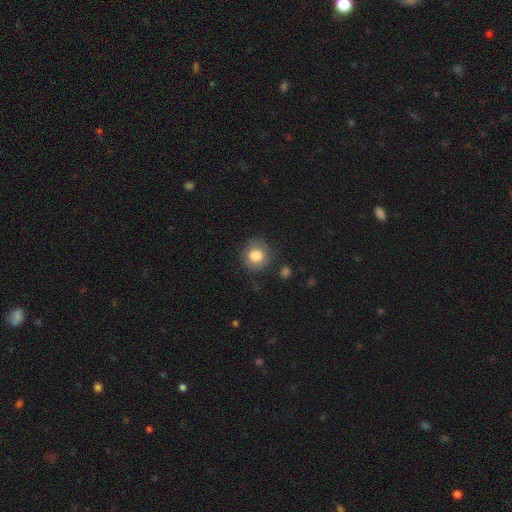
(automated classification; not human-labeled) The model was most divided on "merging": none: 80%, minor disturbance: 14%, major disturbance: 5%, merger: 2%. More confident: how rounded — round (86%); smooth or featured — smooth (80%).